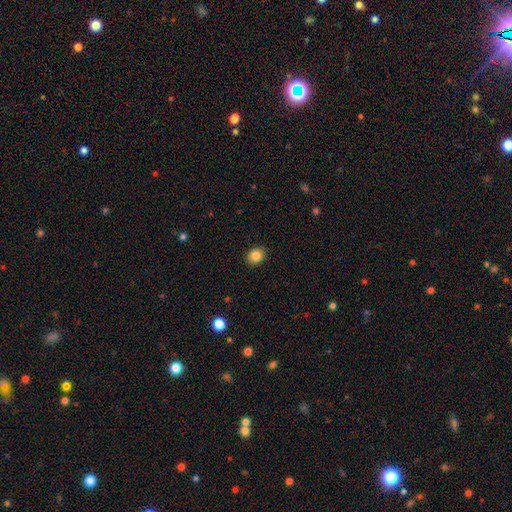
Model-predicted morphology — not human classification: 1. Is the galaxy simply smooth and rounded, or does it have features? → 85% smooth, 9% star or artifact, 5% featured or disk.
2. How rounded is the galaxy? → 61% round, 38% in between, 1% cigar-shaped.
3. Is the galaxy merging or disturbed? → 90% none, 7% minor disturbance, 2% major disturbance, 1% merger.